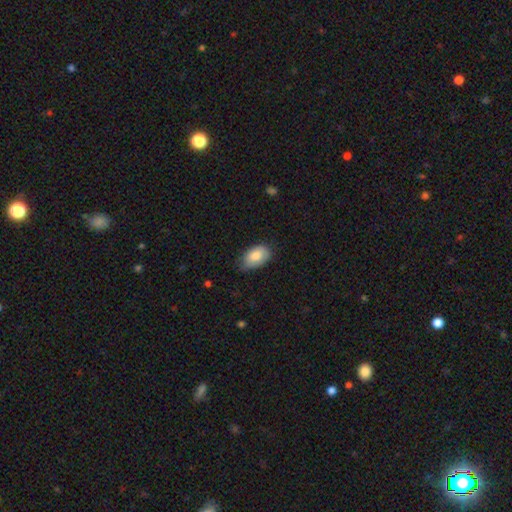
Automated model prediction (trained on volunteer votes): smooth_or_featured: smooth (p=0.82) [alt: featured or disk p=0.12]
how_rounded: in between (p=0.93) [alt: round p=0.06]
merging: none (p=0.65) [alt: minor disturbance p=0.30]